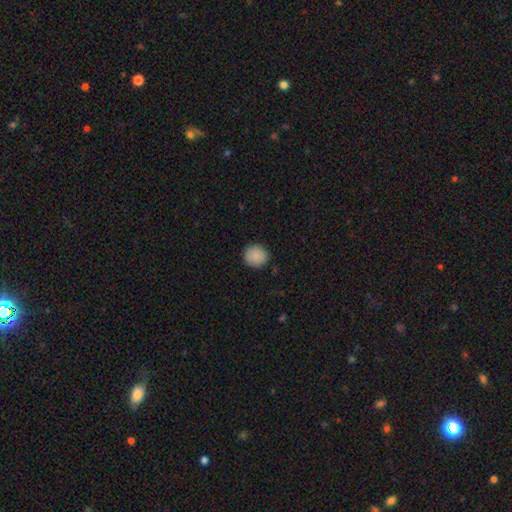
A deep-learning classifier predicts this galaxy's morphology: A smooth galaxy with no disk features (88%) that is round (91%). Merging: none (90%).